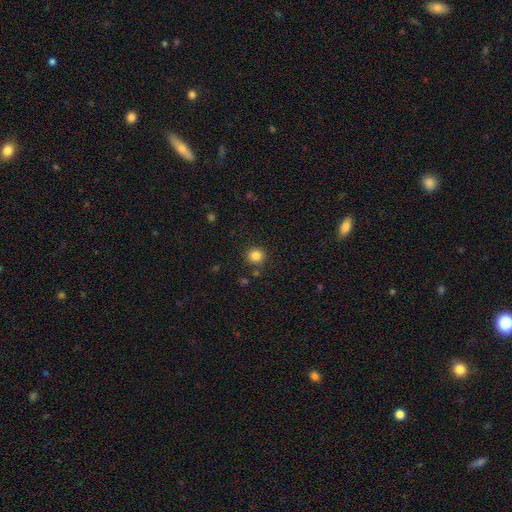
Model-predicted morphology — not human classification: Smooth or featured: smooth — 83% (star or artifact — 12%)
How rounded: round — 92% (in between — 7%)
Merging: none — 87% (minor disturbance — 7%)